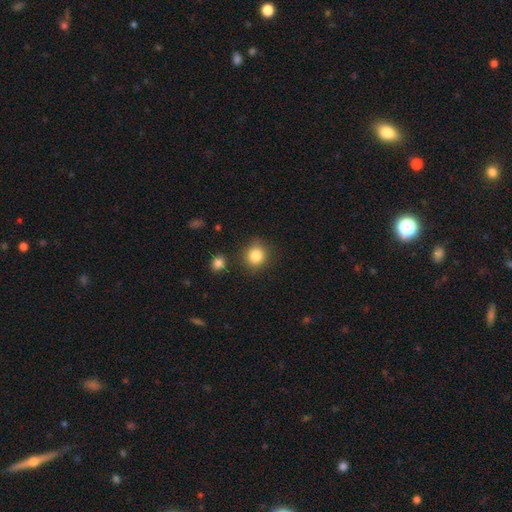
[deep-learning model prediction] Morphology: type=smooth (84%); roundness=round (86%); merging=none (82%).